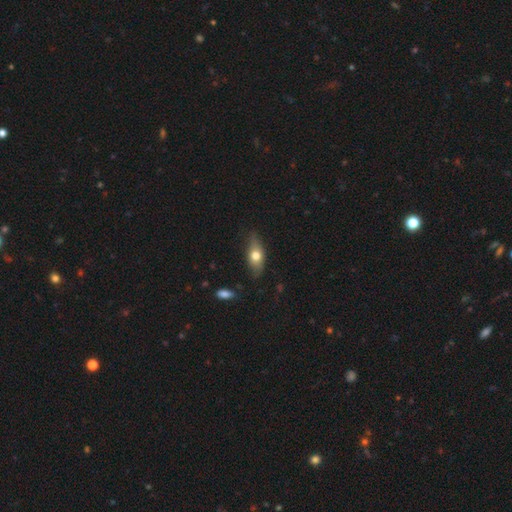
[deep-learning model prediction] Overall: smooth (62%; featured or disk 30%). How rounded: in between (72%). Merging: none (72%).